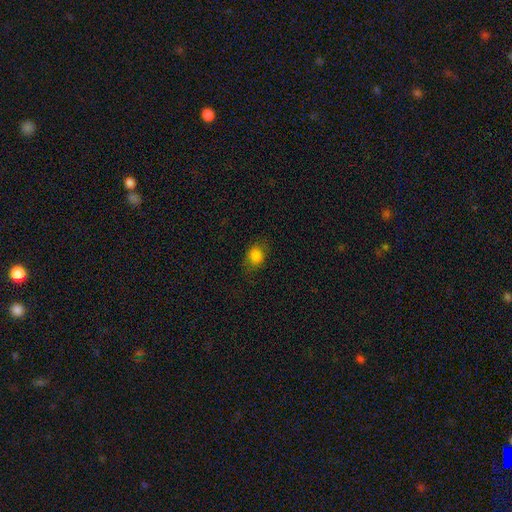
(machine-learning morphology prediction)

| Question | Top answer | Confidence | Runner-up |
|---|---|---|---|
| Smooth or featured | smooth | 84% | star or artifact (11%) |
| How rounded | in between | 51% | round (48%) |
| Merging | none | 72% | minor disturbance (20%) |